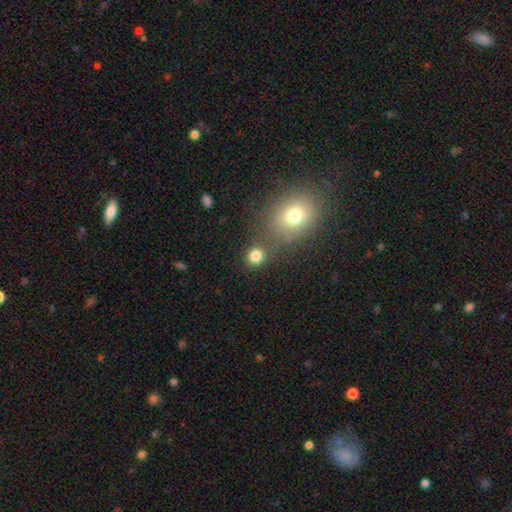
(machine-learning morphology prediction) smooth 81%, star or artifact 13%, featured or disk 5%. Down the decision tree: how rounded — round (82%); merging — none (72%).